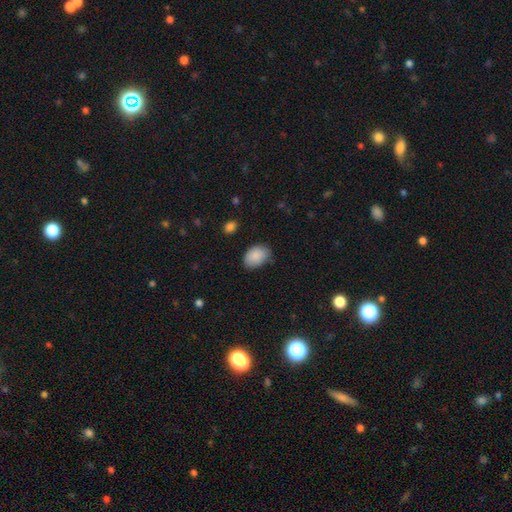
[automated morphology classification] Q: Smooth or featured?
A: smooth (88%); runner-up: star or artifact (7%)
Q: How rounded?
A: in between (86%); runner-up: round (13%)
Q: Merging?
A: none (73%); runner-up: minor disturbance (21%)